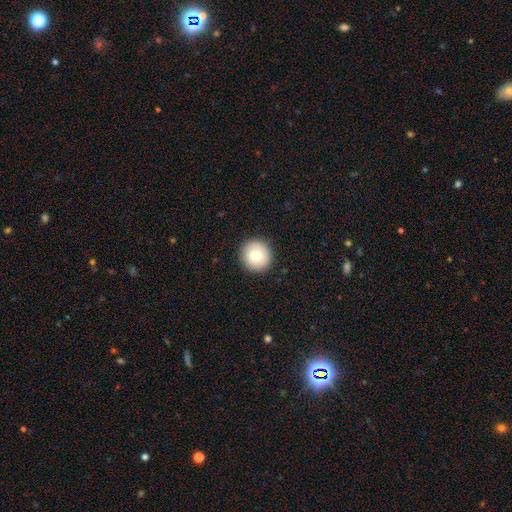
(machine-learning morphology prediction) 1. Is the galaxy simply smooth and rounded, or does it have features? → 75% smooth, 15% featured or disk, 10% star or artifact.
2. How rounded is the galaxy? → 95% round, 4% in between, 1% cigar-shaped.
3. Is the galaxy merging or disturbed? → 92% none, 5% minor disturbance, 2% major disturbance, 1% merger.